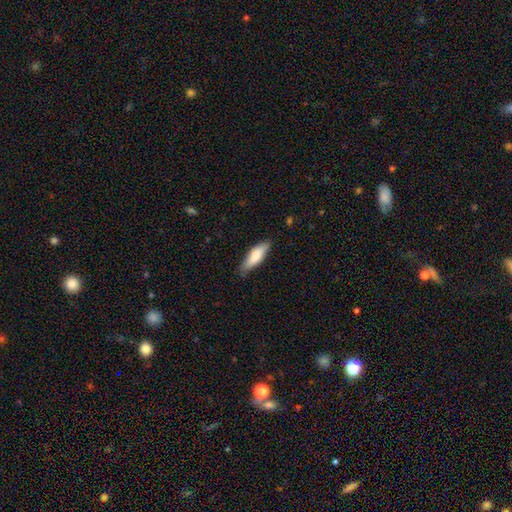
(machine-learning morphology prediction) Smooth or featured? Predicted: smooth (p=0.81). How rounded? Predicted: cigar-shaped (p=0.52). Merging? Predicted: none (p=0.79).